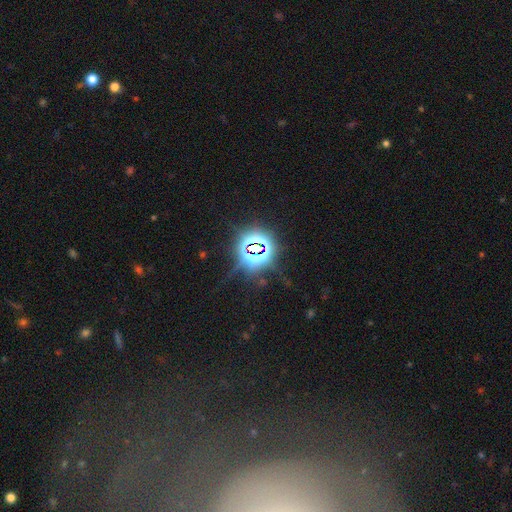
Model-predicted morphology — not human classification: A star or artifact, not a galaxy (81%).

Vote fractions:
- Smooth or featured? star or artifact: 81% / smooth: 12% / featured or disk: 8%